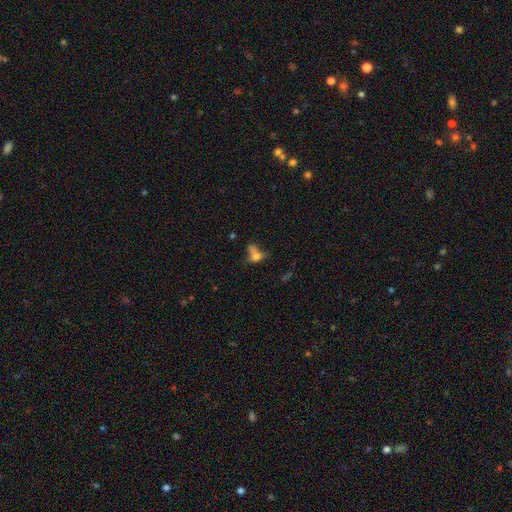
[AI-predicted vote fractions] The model was most divided on "merging": merger: 32%, none: 28%, major disturbance: 24%, minor disturbance: 16%. More confident: how rounded — in between (63%); smooth or featured — smooth (57%).